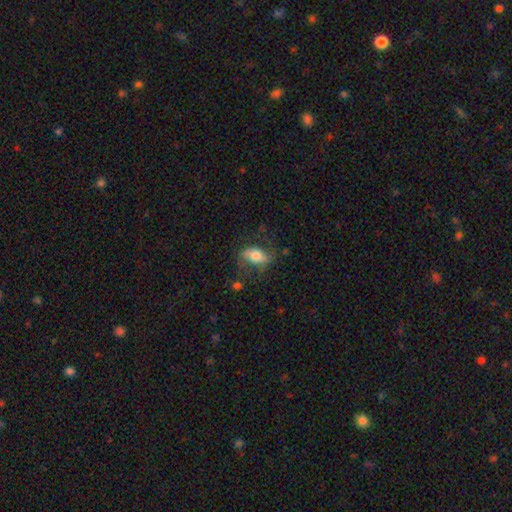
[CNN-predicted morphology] Q: Smooth or featured?
A: smooth (54%); runner-up: featured or disk (39%)
Q: How rounded?
A: in between (85%); runner-up: round (9%)
Q: Merging?
A: none (56%); runner-up: minor disturbance (24%)